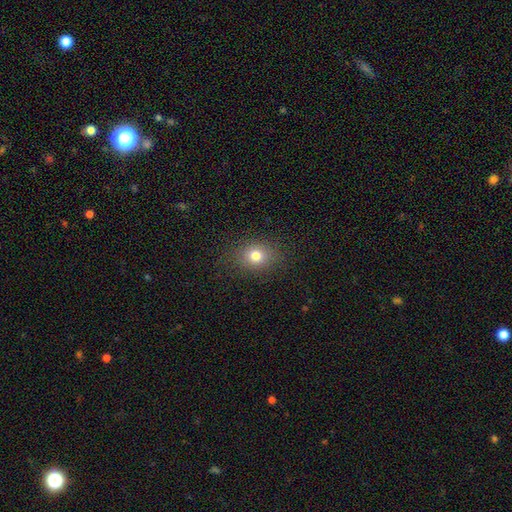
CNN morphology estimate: smooth_or_featured: smooth (p=0.77) [alt: star or artifact p=0.14]
how_rounded: round (p=0.61) [alt: in between p=0.38]
merging: none (p=0.86) [alt: minor disturbance p=0.09]